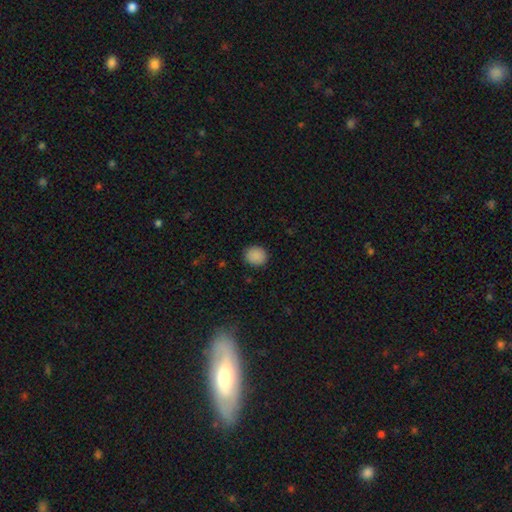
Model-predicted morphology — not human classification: This is clearly a smooth galaxy (89%). How rounded: likely round (76%). Merging: clearly none (89%).